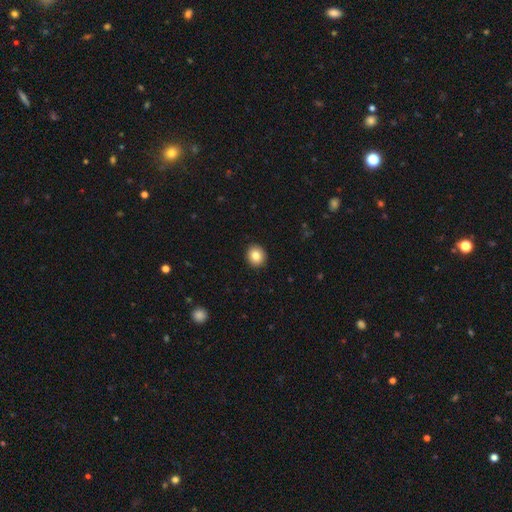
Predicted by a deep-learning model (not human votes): The model was most divided on "how rounded": round: 78%, in between: 21%, cigar-shaped: 1%. More confident: merging — none (92%); smooth or featured — smooth (84%).